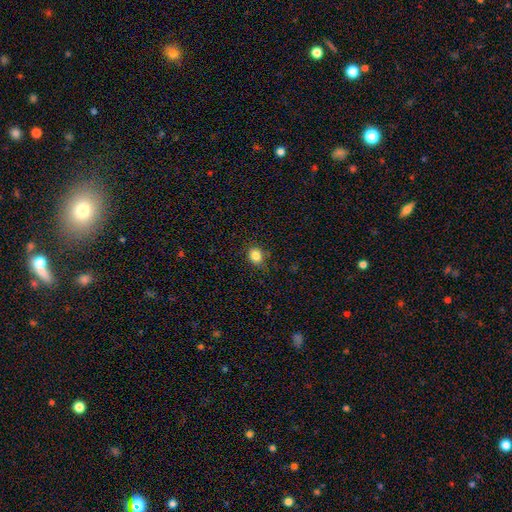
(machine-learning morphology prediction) Q: Smooth or featured?
A: smooth (84%); runner-up: star or artifact (11%)
Q: How rounded?
A: round (63%); runner-up: in between (36%)
Q: Merging?
A: none (81%); runner-up: minor disturbance (14%)